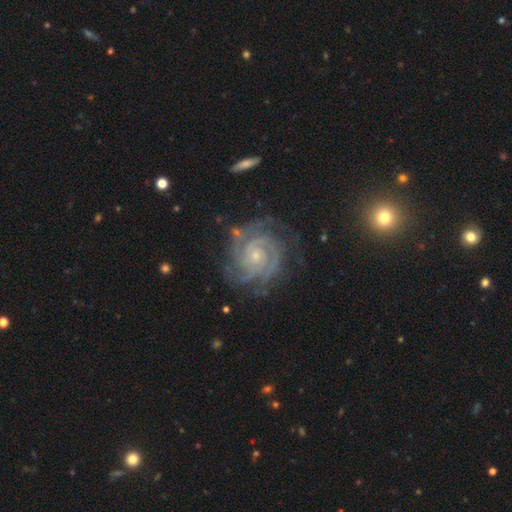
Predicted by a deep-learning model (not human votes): A featured or disk galaxy (90%) with no bar (71%), 2 (39%) tight (74%) spiral arms (98%) and a small central bulge (74%).

Vote fractions:
- Smooth or featured? featured or disk: 90% / star or artifact: 6% / smooth: 4%
- Edge-on disk? no: 98% / yes: 2%
- Bar? no: 71% / weak: 23% / strong: 6%
- Spiral arms? yes: 98% / no: 2%
- Spiral winding? tight: 74% / medium: 23% / loose: 3%
- Spiral arm count? 2: 39% / 3: 25% / can't tell: 15% / 4: 11% / more than 4: 6% / 1: 5%
- Bulge size? small: 74% / moderate: 20% / none: 3% / large: 1% / dominant: 1%
- Merging? none: 73% / minor disturbance: 17% / major disturbance: 8% / merger: 2%